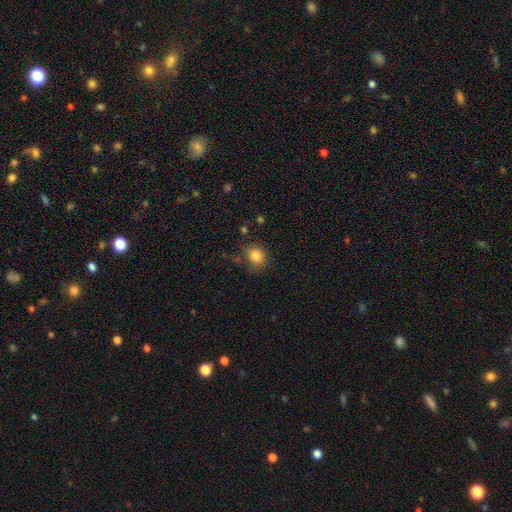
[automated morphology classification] Overall: smooth (84%). How rounded: round (71%). Merging: none (72%).